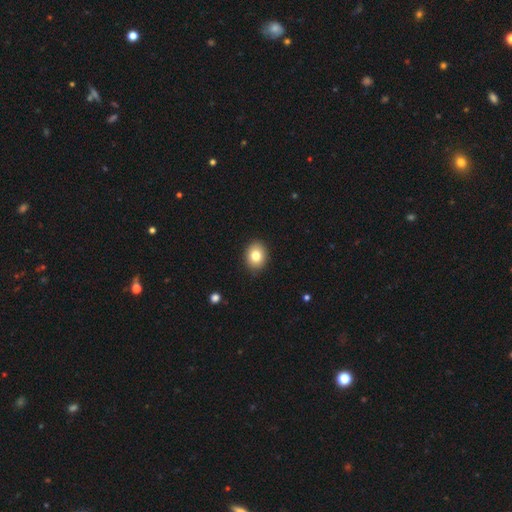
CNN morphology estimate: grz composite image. It shows a smooth galaxy with no disk features (80%) that is in between round and cigar-shaped (51%). Merging: none (89%).